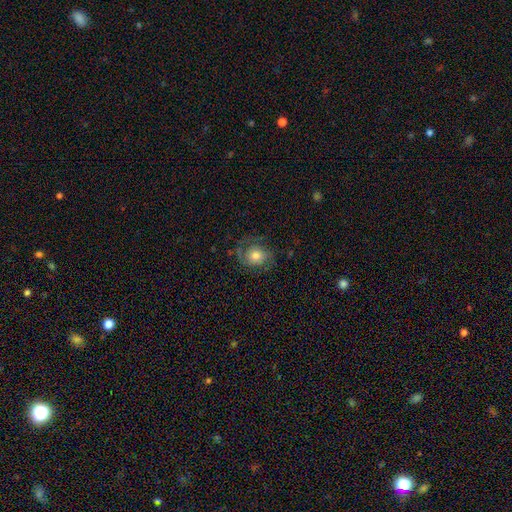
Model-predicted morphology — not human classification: Overall: smooth (50%; featured or disk 42%). Merging: none (61%; minor disturbance 21%).